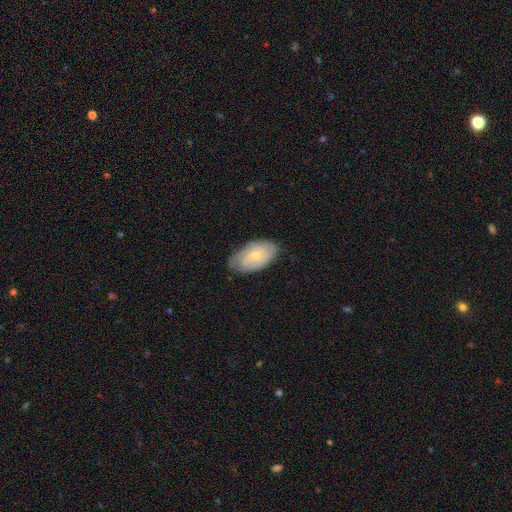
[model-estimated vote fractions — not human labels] Smooth or featured: featured or disk — 50% (smooth — 44%)
Merging: none — 70% (minor disturbance — 24%)